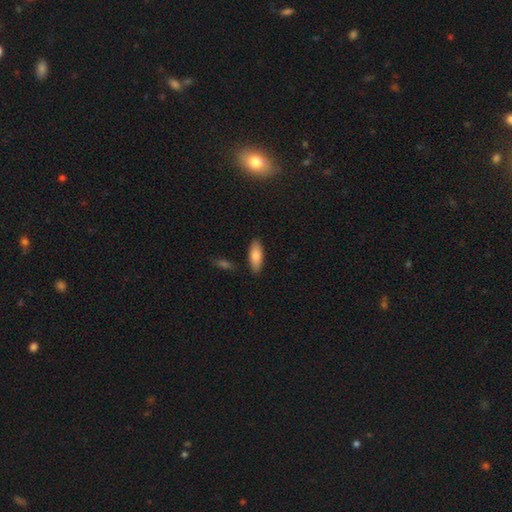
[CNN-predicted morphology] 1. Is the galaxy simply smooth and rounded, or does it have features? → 81% smooth, 13% featured or disk, 6% star or artifact.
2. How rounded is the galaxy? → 73% in between, 25% cigar-shaped, 2% round.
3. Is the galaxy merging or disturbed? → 86% none, 9% minor disturbance, 3% merger, 2% major disturbance.